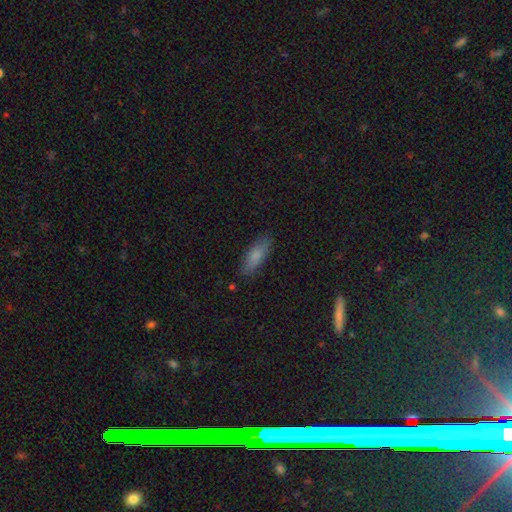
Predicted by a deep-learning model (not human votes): smooth 80%, featured or disk 13%, star or artifact 7%. Down the decision tree: how rounded — in between (52%); merging — none (82%).